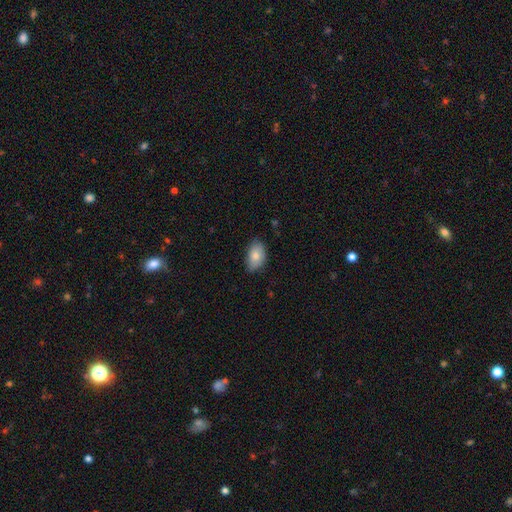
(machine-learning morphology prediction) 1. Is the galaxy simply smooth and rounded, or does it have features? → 81% smooth, 12% featured or disk, 7% star or artifact.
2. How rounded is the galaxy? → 92% in between, 7% round, 1% cigar-shaped.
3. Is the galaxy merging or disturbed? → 70% none, 25% minor disturbance, 3% major disturbance, 1% merger.